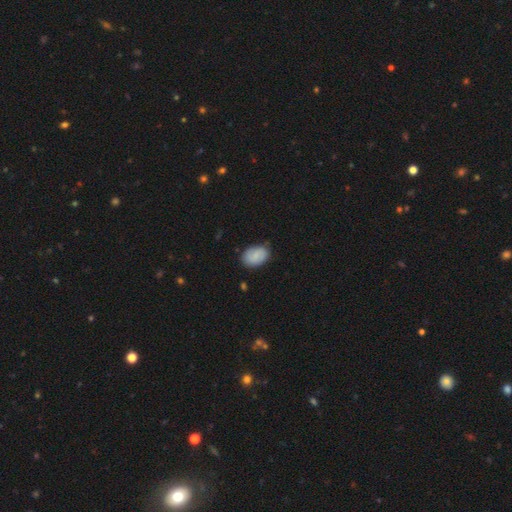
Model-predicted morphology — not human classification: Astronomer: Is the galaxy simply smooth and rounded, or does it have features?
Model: smooth — 79%.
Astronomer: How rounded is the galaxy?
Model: in between — 83%.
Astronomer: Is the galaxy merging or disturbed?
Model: none — 77%.